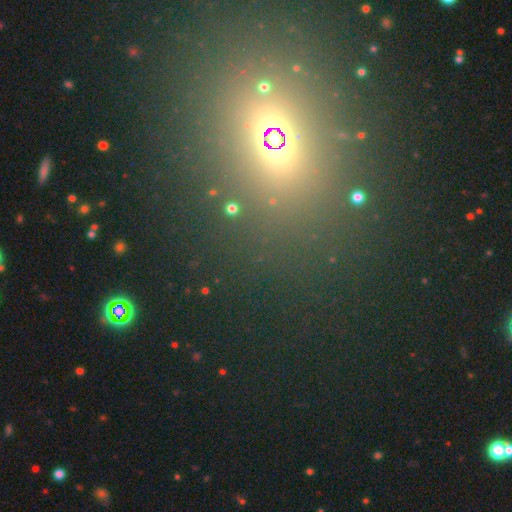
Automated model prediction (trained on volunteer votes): The model was most divided on "smooth or featured": star or artifact: 56%, smooth: 32%, featured or disk: 13%.